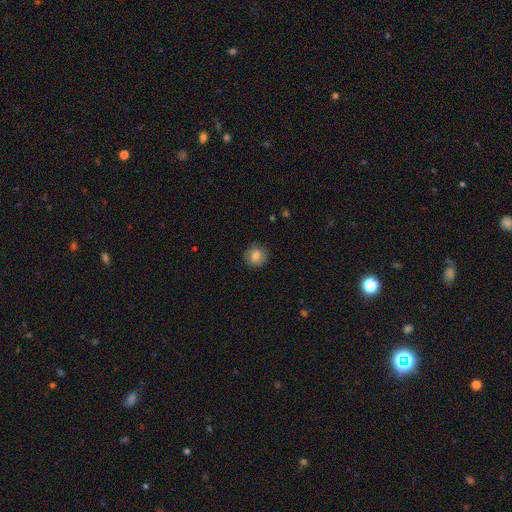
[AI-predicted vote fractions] Smooth or featured: smooth — 80% (featured or disk — 11%)
How rounded: round — 89% (in between — 10%)
Merging: none — 86% (minor disturbance — 10%)